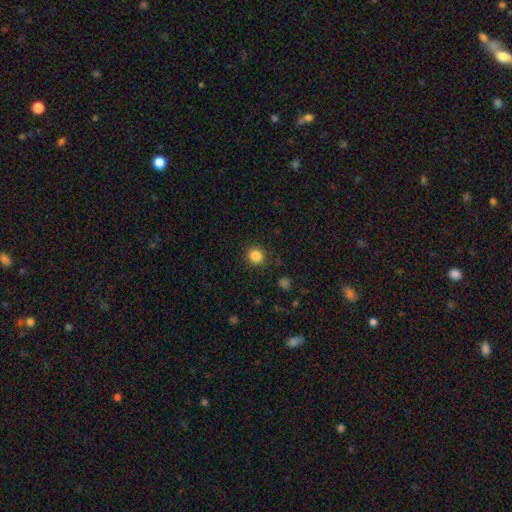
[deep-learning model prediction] Smooth or featured: smooth — 85% (star or artifact — 11%)
How rounded: round — 91% (in between — 8%)
Merging: none — 90% (minor disturbance — 6%)